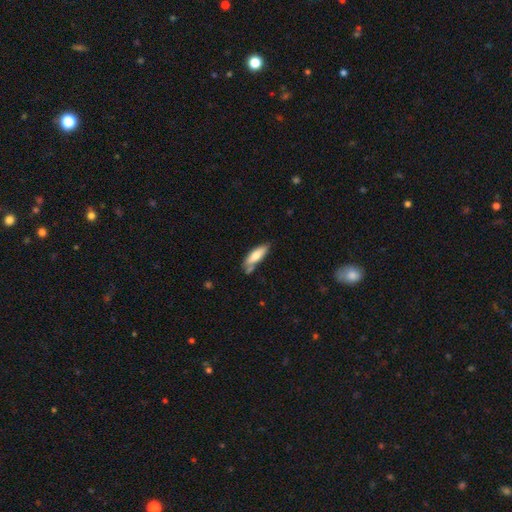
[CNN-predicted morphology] Q: Smooth or featured?
A: smooth (73%); runner-up: featured or disk (21%)
Q: How rounded?
A: cigar-shaped (49%); tied with: in between (49%)
Q: Merging?
A: none (60%); runner-up: minor disturbance (23%)